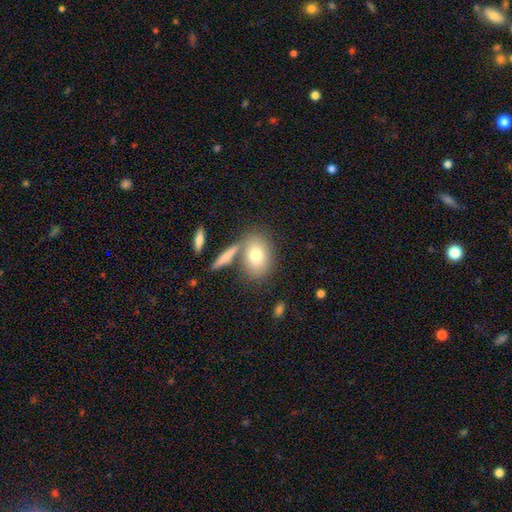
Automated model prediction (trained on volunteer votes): Q: Smooth or featured?
A: smooth (76%); runner-up: featured or disk (15%)
Q: How rounded?
A: in between (74%); runner-up: round (23%)
Q: Merging?
A: none (63%); runner-up: merger (20%)